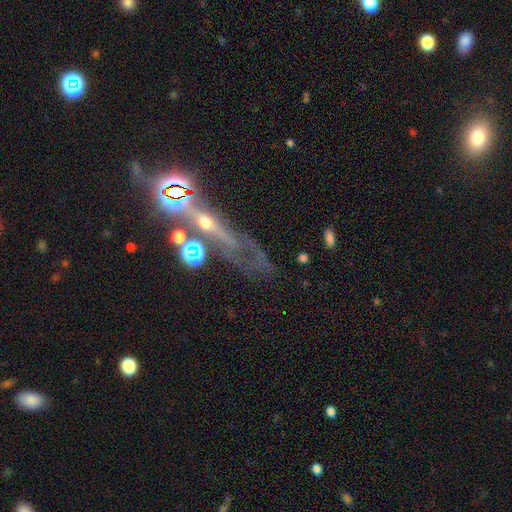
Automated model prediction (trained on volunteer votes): featured or disk 41%, star or artifact 40%, smooth 19%. Down the decision tree: merging — none (43%).